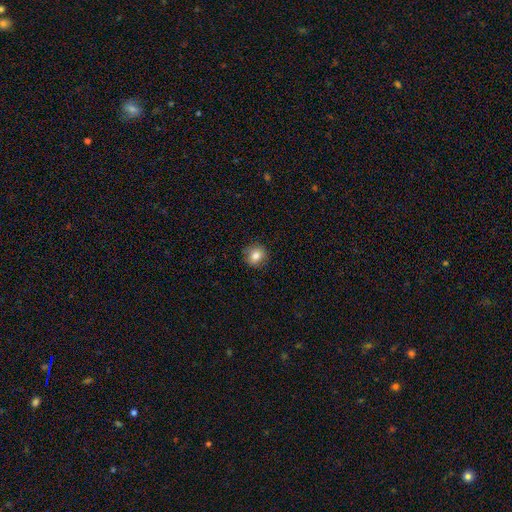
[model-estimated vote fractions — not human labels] Overall: smooth (80%). How rounded: round (85%). Merging: none (85%).